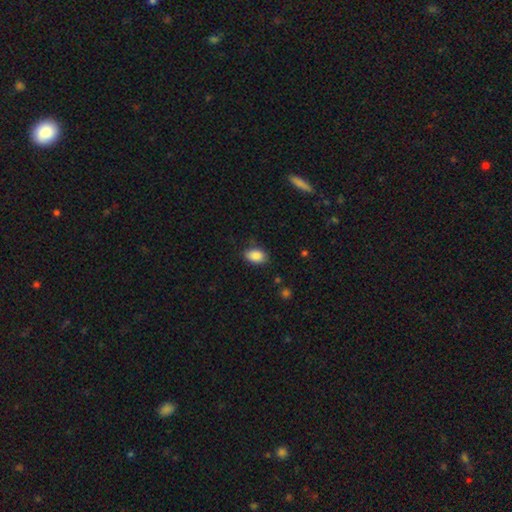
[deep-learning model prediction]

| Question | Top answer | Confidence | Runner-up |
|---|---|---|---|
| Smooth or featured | smooth | 88% | star or artifact (8%) |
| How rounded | in between | 87% | round (12%) |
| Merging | none | 80% | minor disturbance (16%) |